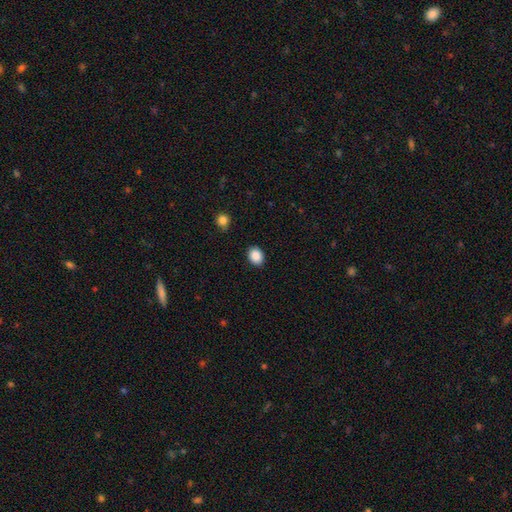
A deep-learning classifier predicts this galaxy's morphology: Smooth or featured?
  - smooth: 88% *
  - star or artifact: 9%
  - featured or disk: 3%
How rounded?
  - in between: 55% *
  - round: 45%
  - cigar-shaped: 1%
Merging?
  - none: 88% *
  - minor disturbance: 8%
  - major disturbance: 2%
  - merger: 1%